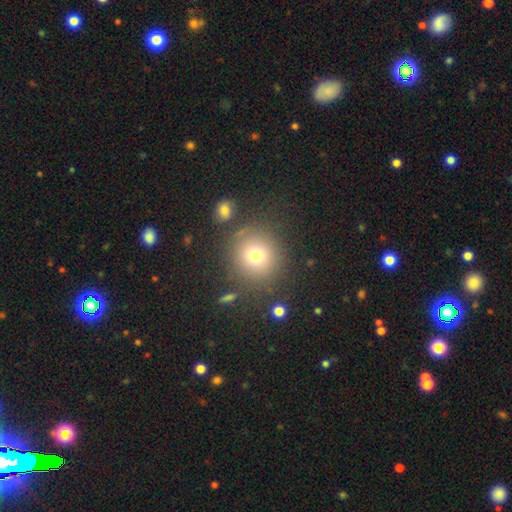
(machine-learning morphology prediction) Smooth or featured? smooth (73%)
How rounded? round (92%)
Merging? none (81%)